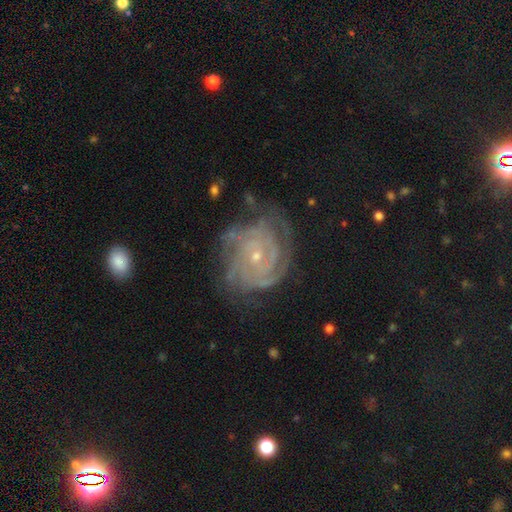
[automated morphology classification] smooth-or-featured: featured or disk: 87% | star or artifact: 8% | smooth: 6%
  disk-edge-on: no: 97% | yes: 3%
    bar: no: 73% | weak: 21% | strong: 6%
    has-spiral-arms: yes: 97% | no: 3%
      spiral-winding: tight: 78% | medium: 19% | loose: 3%
      spiral-arm-count: can't tell: 25% | 4: 22% | 3: 22% | 2: 15% | more than 4: 9% | 1: 7%
    bulge-size: small: 76% | moderate: 20% | none: 2% | large: 1% | dominant: 1%
  merging: none: 69% | minor disturbance: 20% | major disturbance: 9% | merger: 2%